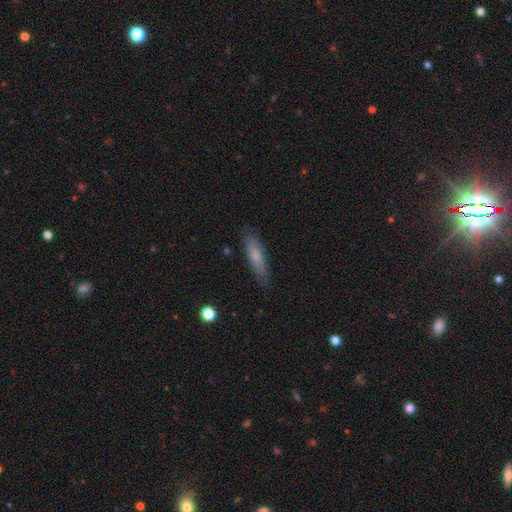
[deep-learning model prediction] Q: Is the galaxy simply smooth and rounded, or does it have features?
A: smooth — 72%.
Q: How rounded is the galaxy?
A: cigar-shaped — 70%.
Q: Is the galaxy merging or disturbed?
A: none — 83%.